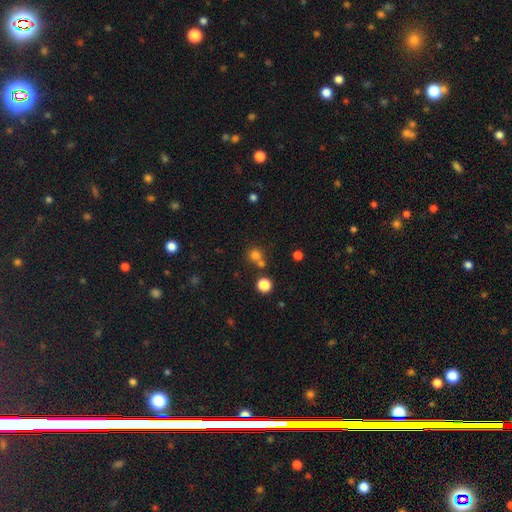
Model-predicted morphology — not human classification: This appears to be a smooth galaxy with no disk features (74%) that is round (89%). Merging: none (57%).